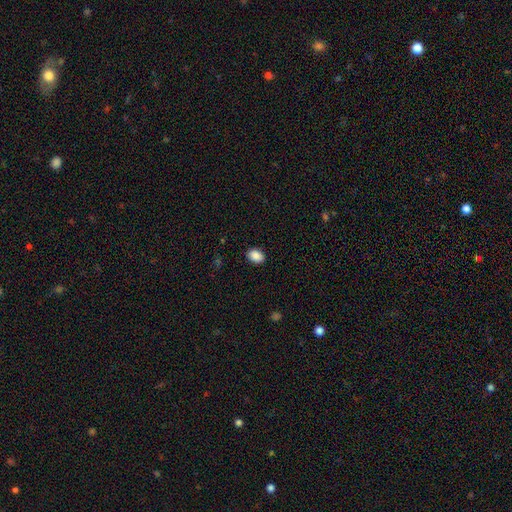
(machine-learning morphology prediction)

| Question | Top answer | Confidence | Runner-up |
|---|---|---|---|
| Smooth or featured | smooth | 89% | star or artifact (8%) |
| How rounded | in between | 79% | round (20%) |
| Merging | none | 90% | minor disturbance (8%) |